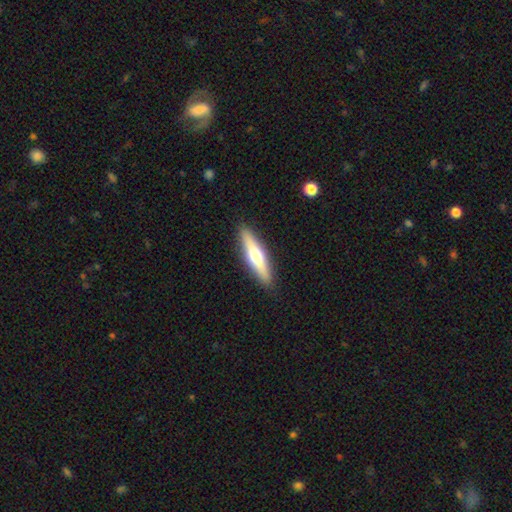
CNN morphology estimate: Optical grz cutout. It shows a featured or disk galaxy (47%, tied with smooth). Merging: none (90%).